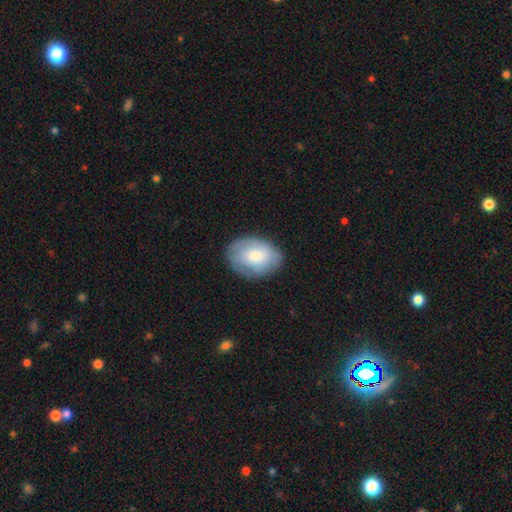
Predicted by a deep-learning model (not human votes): Overall: smooth (68%). How rounded: in between (77%). Merging: none (78%).